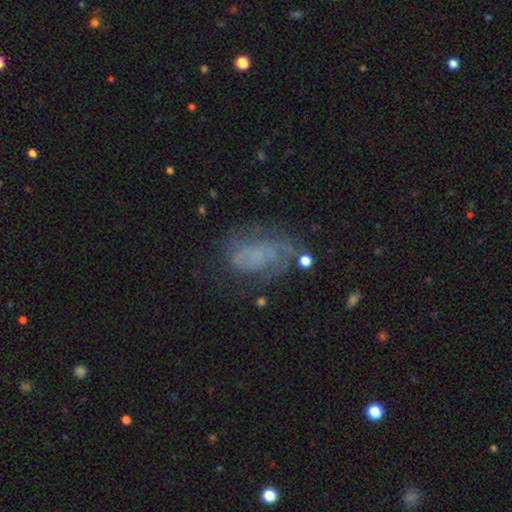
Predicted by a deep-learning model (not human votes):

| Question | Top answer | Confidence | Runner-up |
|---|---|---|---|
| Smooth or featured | featured or disk | 54% | smooth (30%) |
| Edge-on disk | no | 97% | yes (3%) |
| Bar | no | 79% | weak (17%) |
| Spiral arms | yes | 62% | no (38%) |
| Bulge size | none | 72% | small (16%) |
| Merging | none | 48% | major disturbance (24%) |